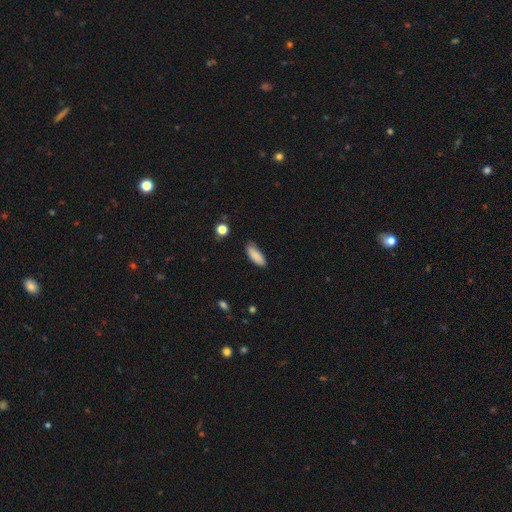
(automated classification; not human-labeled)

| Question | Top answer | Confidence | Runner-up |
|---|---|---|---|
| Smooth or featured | smooth | 88% | star or artifact (7%) |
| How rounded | in between | 69% | cigar-shaped (30%) |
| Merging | none | 79% | minor disturbance (17%) |